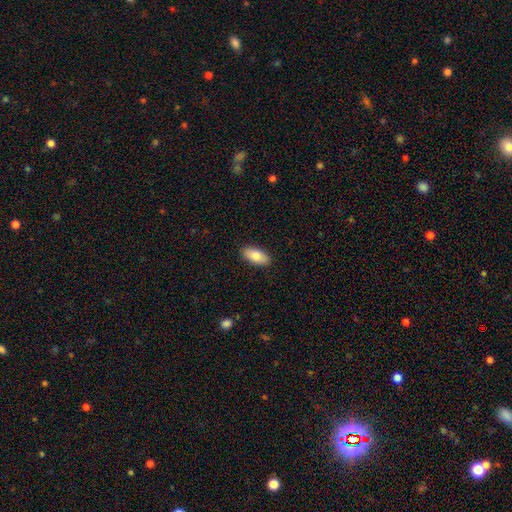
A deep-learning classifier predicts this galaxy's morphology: smooth-or-featured: smooth: 81% | featured or disk: 12% | star or artifact: 6%
  how-rounded: in between: 91% | cigar-shaped: 7% | round: 2%
  merging: none: 90% | minor disturbance: 8% | major disturbance: 2% | merger: 1%